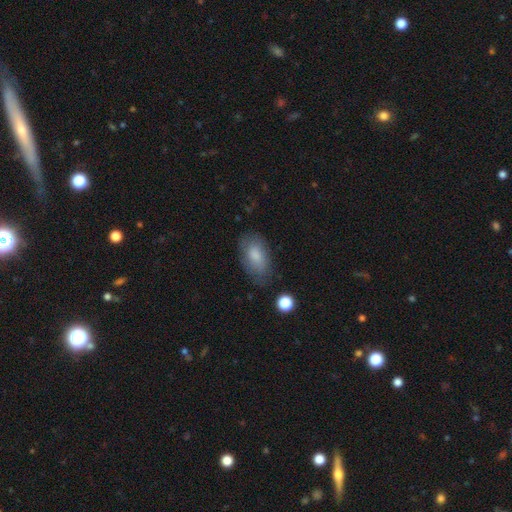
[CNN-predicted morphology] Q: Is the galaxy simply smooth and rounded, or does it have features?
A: smooth — 78%.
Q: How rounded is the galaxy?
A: in between — 92%.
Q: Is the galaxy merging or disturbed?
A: none — 66%.